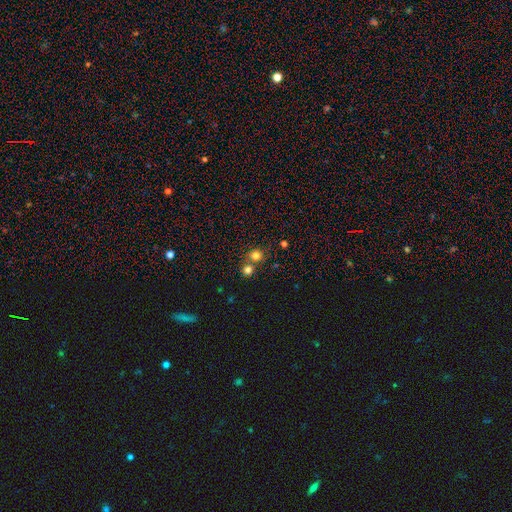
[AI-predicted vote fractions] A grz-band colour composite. It shows a smooth galaxy with no disk features (78%) that is round (87%). Merging: none (57%).